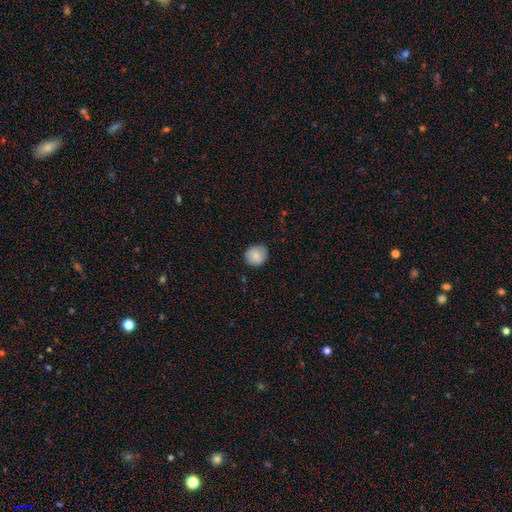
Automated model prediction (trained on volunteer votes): A smooth galaxy with no disk features (85%) that is round (87%). Merging: none (86%).